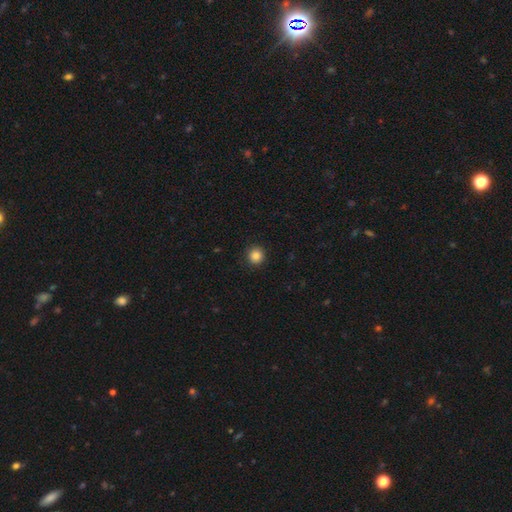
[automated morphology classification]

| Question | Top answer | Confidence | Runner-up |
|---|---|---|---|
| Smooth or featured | smooth | 85% | star or artifact (11%) |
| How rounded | round | 95% | in between (4%) |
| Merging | none | 92% | minor disturbance (5%) |